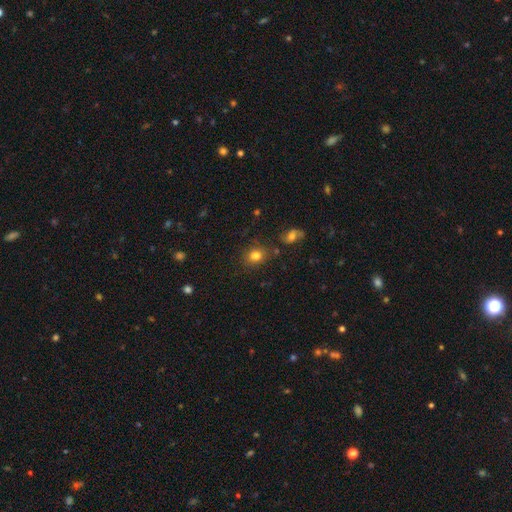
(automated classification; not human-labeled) Smooth or featured: smooth — 80% (star or artifact — 12%)
How rounded: round — 59% (in between — 40%)
Merging: none — 78% (minor disturbance — 12%)